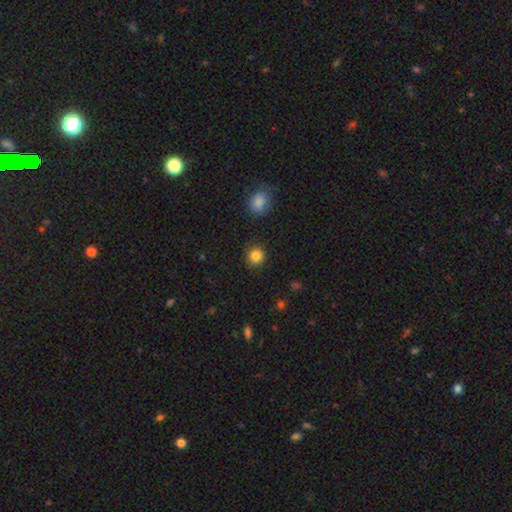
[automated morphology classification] A smooth galaxy with no disk features (86%) that is round (90%). Merging: none (90%).